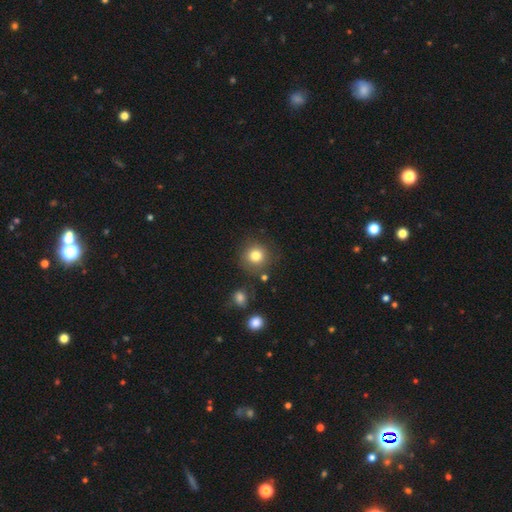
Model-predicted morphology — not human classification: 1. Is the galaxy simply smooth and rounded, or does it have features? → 82% smooth, 11% star or artifact, 8% featured or disk.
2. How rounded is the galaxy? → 92% round, 7% in between, 1% cigar-shaped.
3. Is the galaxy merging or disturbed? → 81% none, 10% minor disturbance, 5% merger, 4% major disturbance.